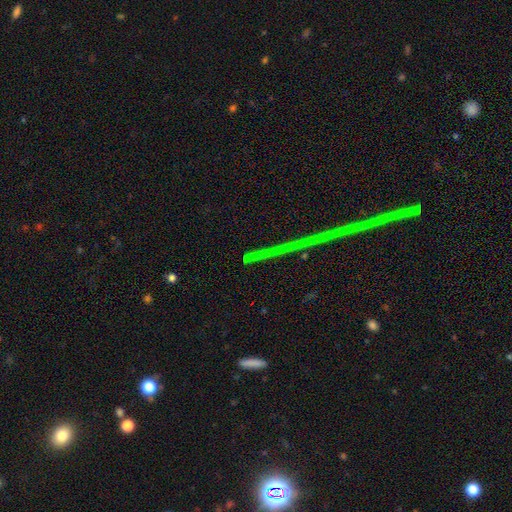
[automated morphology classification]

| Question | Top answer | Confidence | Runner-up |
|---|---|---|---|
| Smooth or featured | star or artifact | 75% | featured or disk (14%) |